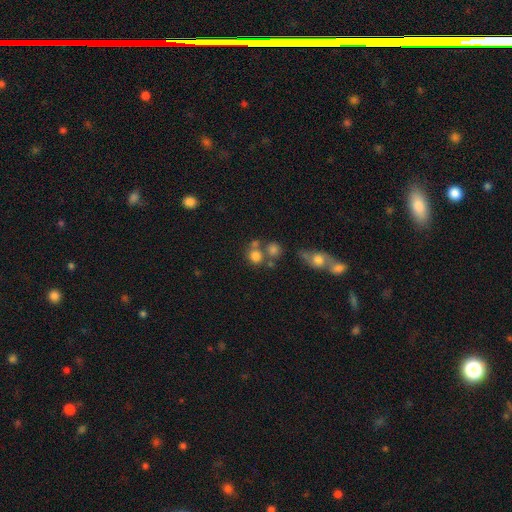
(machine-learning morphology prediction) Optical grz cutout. It shows a smooth galaxy with no disk features (75%) that is round (84%). Merging: none (53%).